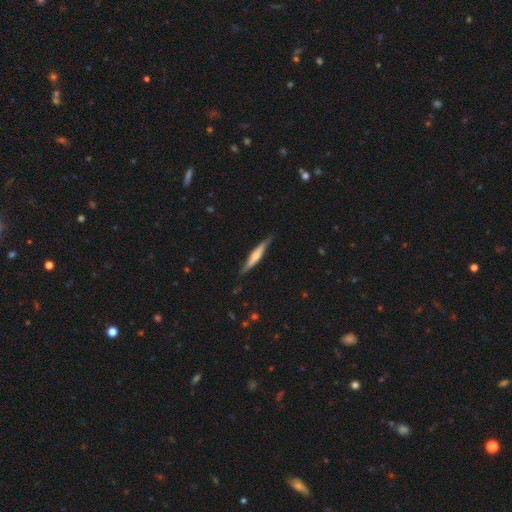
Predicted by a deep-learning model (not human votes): smooth_or_featured: featured or disk (p=0.51) [alt: smooth p=0.43]
disk_edge_on: yes (p=0.95) [alt: no p=0.05]
merging: none (p=0.83) [alt: minor disturbance p=0.14]